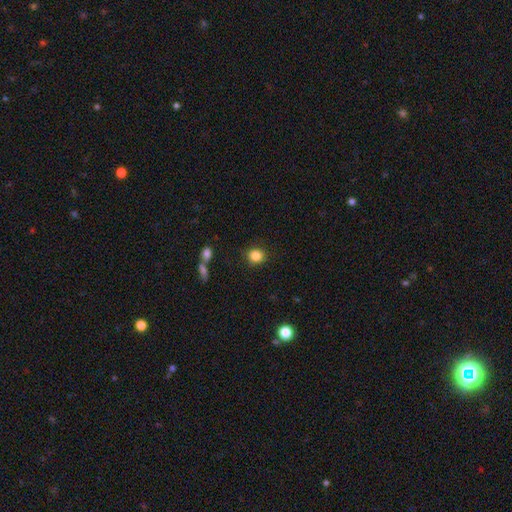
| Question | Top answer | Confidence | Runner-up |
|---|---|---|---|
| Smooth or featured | smooth | 90% | star or artifact (8%) |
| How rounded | round | 86% | in between (14%) |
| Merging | none | 94% | minor disturbance (6%) |